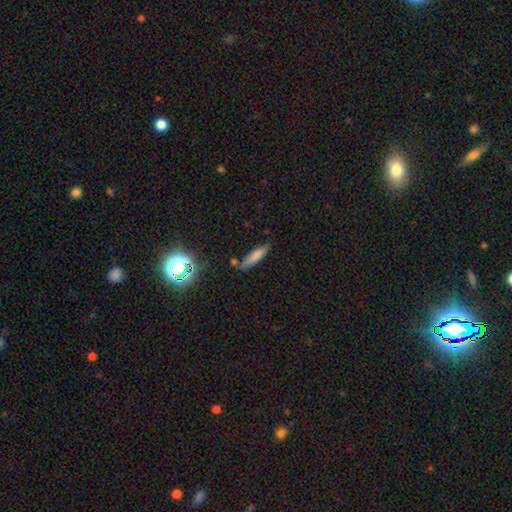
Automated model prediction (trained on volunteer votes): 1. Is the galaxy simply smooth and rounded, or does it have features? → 73% smooth, 16% featured or disk, 12% star or artifact.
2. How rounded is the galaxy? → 79% cigar-shaped, 19% in between, 2% round.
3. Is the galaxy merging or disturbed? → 74% none, 17% minor disturbance, 6% merger, 4% major disturbance.